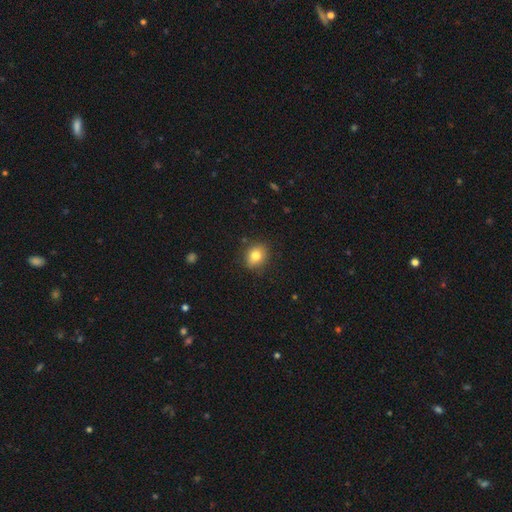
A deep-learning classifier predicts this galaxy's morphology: smooth 79%, star or artifact 10%, featured or disk 10%. Down the decision tree: how rounded — round (60%); merging — none (84%).